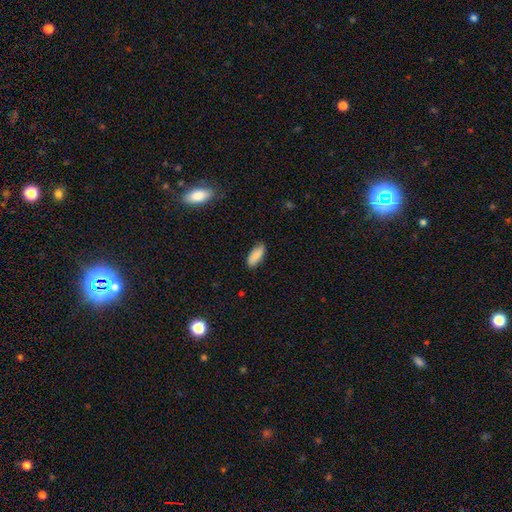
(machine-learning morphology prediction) Overall: smooth (86%). How rounded: in between (81%). Merging: none (82%).